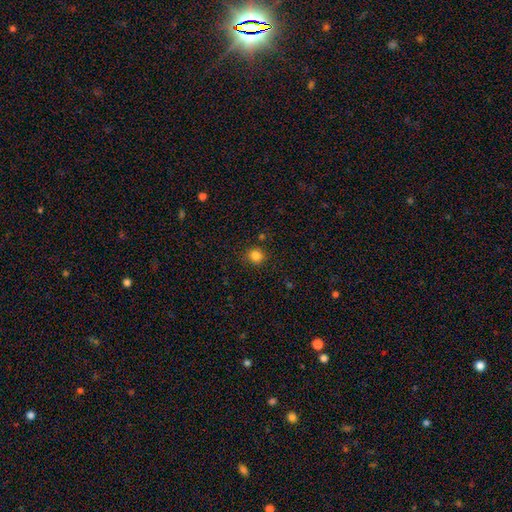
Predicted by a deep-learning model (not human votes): smooth_or_featured: smooth (p=0.84) [alt: star or artifact p=0.12]
how_rounded: round (p=0.90) [alt: in between p=0.10]
merging: none (p=0.86) [alt: minor disturbance p=0.09]